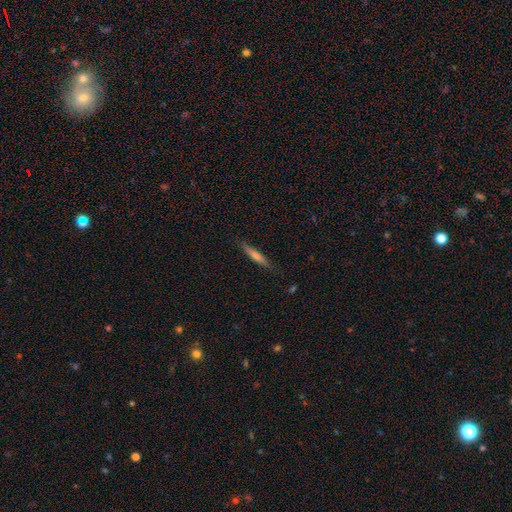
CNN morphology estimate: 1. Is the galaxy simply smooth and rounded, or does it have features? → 49% smooth, 44% featured or disk, 6% star or artifact.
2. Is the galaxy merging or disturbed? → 88% none, 10% minor disturbance, 2% major disturbance, 1% merger.